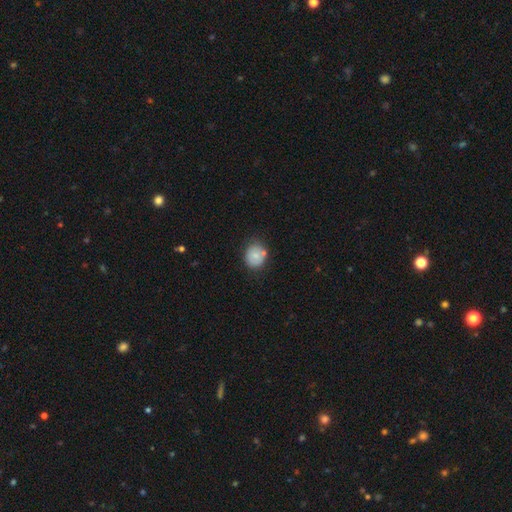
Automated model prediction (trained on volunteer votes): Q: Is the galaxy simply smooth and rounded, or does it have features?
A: smooth — 74%.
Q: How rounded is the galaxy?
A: round — 69%.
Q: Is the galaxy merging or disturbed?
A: none — 67%.